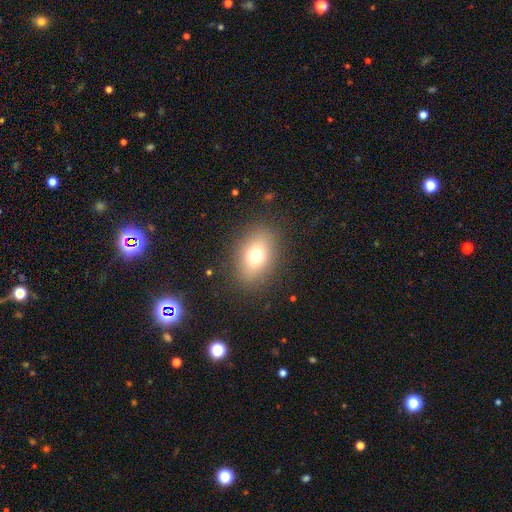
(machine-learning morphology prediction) smooth-or-featured: smooth: 73% | featured or disk: 14% | star or artifact: 13%
  how-rounded: in between: 70% | round: 28% | cigar-shaped: 2%
  merging: none: 85% | minor disturbance: 9% | major disturbance: 5% | merger: 1%